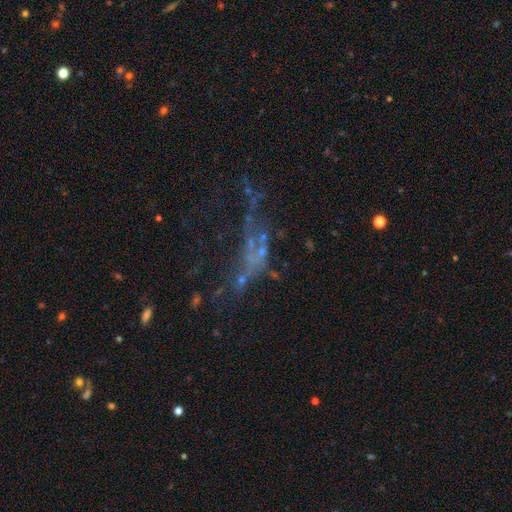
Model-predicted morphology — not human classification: Q: Smooth or featured?
A: featured or disk (47%); runner-up: star or artifact (33%)
Q: Merging?
A: none (36%); runner-up: major disturbance (33%)